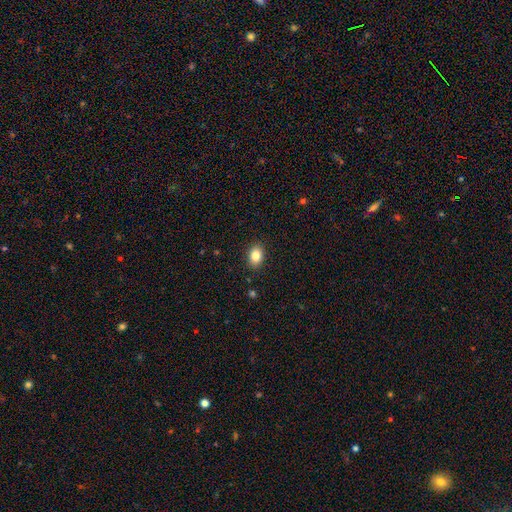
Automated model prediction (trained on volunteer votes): A smooth galaxy with no disk features (84%) that is in between round and cigar-shaped (74%). Merging: none (89%).